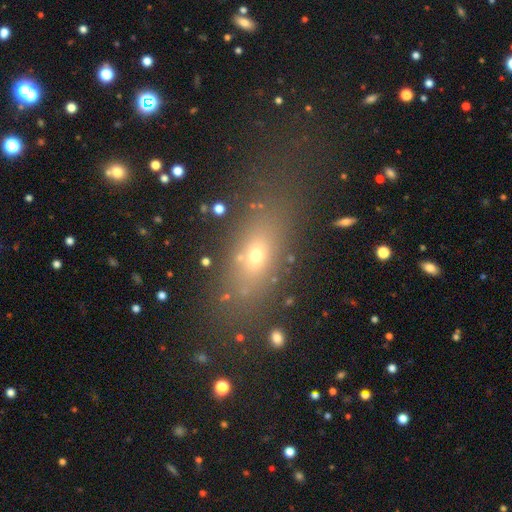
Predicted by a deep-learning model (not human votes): This appears to be a smooth galaxy with no disk features (64%) that is in between round and cigar-shaped (69%). Merging: none (76%).